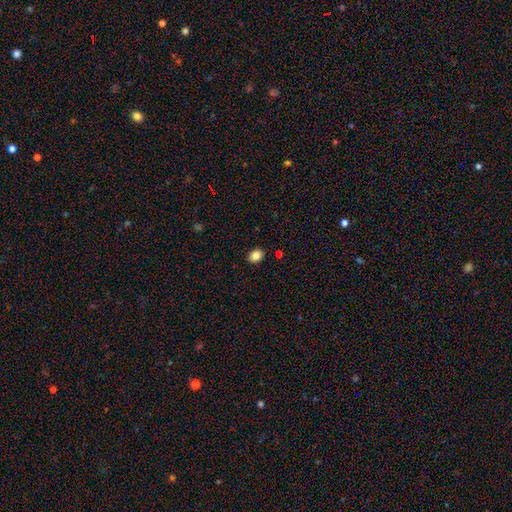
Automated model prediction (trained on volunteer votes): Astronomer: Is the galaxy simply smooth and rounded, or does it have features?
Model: smooth — 85%.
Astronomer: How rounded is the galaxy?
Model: in between — 57% (runner-up: round, 42%).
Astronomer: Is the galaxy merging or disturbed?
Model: none — 89%.